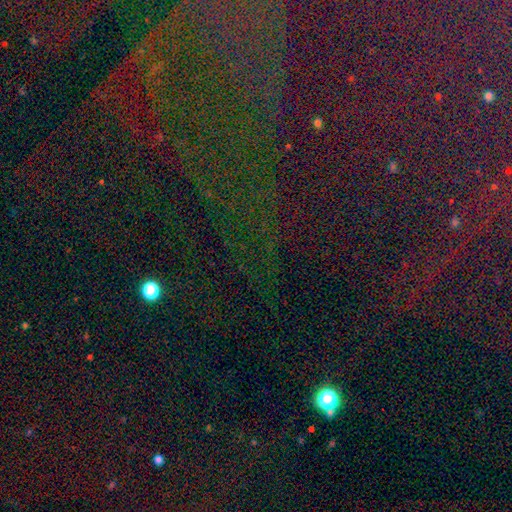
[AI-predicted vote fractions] A star or artifact, not a galaxy (78%).

Vote fractions:
- Smooth or featured? star or artifact: 78% / smooth: 13% / featured or disk: 9%